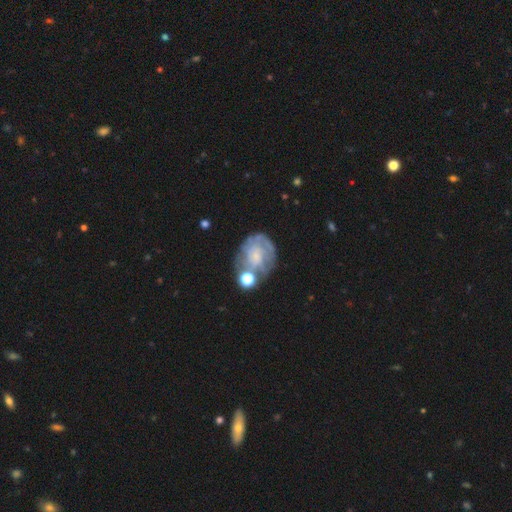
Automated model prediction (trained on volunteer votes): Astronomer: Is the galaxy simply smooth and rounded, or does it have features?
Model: featured or disk — 63%.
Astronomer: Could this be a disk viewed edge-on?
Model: no — 97%.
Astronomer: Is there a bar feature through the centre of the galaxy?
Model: no — 74%.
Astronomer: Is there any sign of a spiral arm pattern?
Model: yes — 69%.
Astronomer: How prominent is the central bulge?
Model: small — 54%.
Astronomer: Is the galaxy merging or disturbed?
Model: none — 46% (runner-up: minor disturbance, 22%).